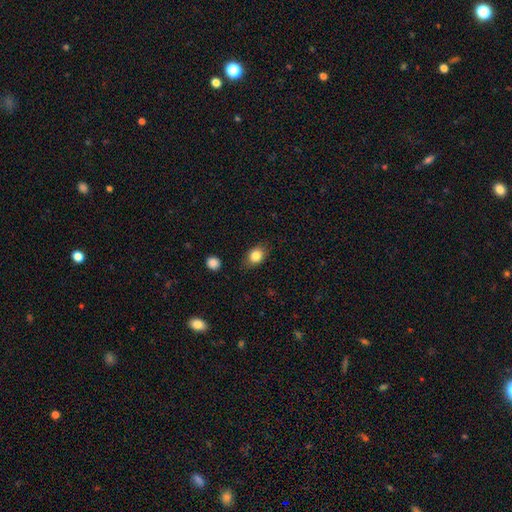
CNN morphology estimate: The model was most divided on "how rounded": in between: 63%, round: 35%, cigar-shaped: 1%. More confident: smooth or featured — smooth (83%); merging — none (80%).